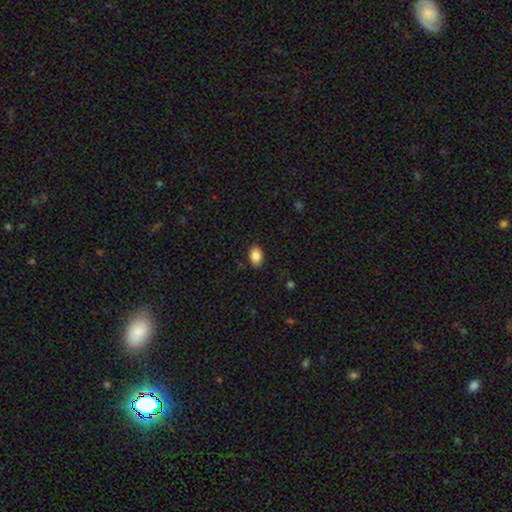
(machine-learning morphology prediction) Smooth or featured: smooth — 87% (star or artifact — 8%)
How rounded: in between — 84% (round — 15%)
Merging: none — 88% (minor disturbance — 9%)